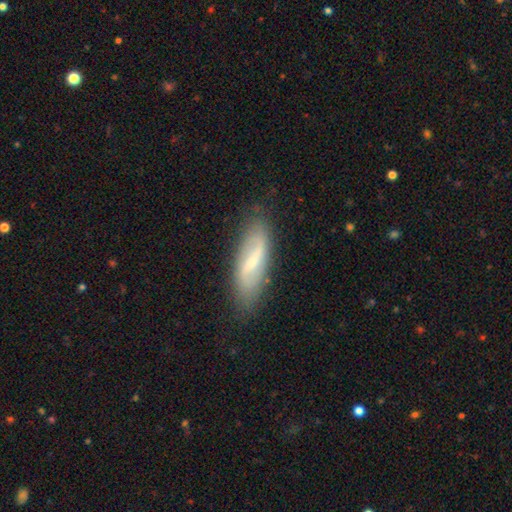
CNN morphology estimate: This appears to be a featured or disk galaxy (56%). Merging: none (77%).